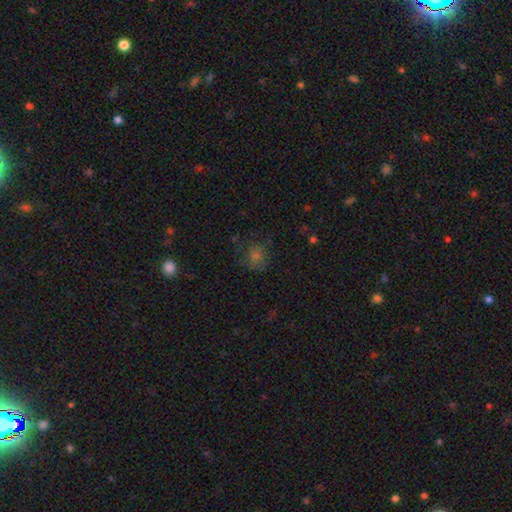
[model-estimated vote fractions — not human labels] Smooth or featured? smooth (60%)
How rounded? round (82%)
Merging? none (74%)